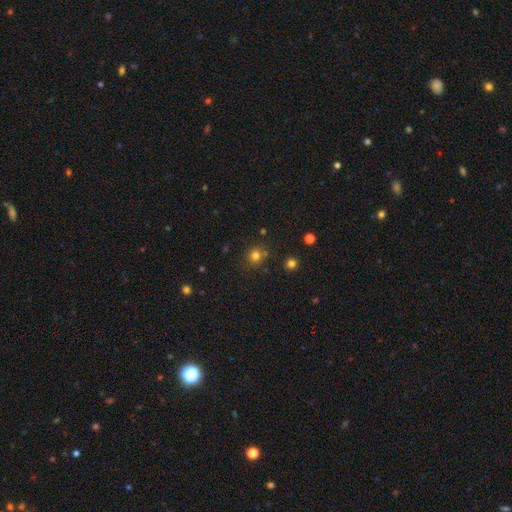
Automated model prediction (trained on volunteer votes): Morphology: type=smooth (77%); roundness=round (91%); merging=none (78%).